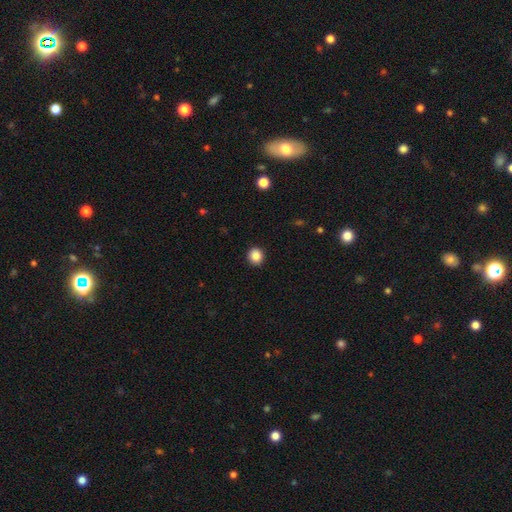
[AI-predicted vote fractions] A smooth galaxy with no disk features (88%) that is round (87%). Merging: none (92%).